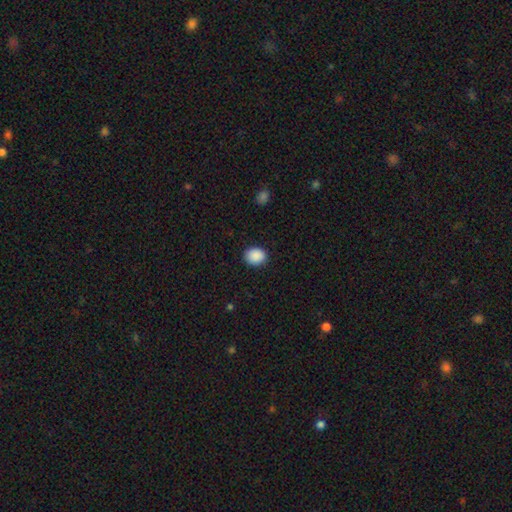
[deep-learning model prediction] This is clearly a smooth galaxy (90%). How rounded: possibly round (53%). Merging: clearly none (90%).